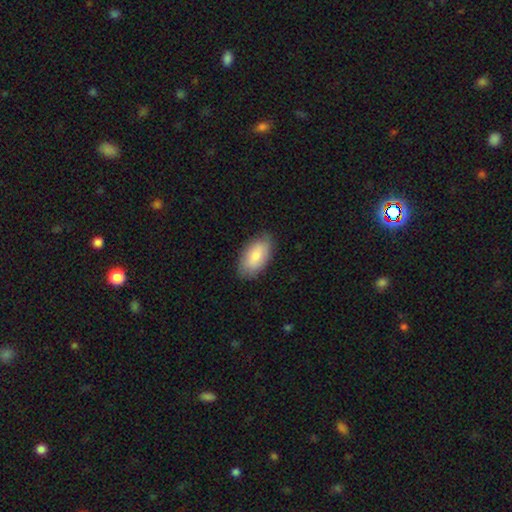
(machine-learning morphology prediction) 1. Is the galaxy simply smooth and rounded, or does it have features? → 78% smooth, 16% featured or disk, 6% star or artifact.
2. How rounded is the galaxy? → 94% in between, 3% round, 3% cigar-shaped.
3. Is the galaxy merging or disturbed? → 82% none, 14% minor disturbance, 3% major disturbance, 1% merger.